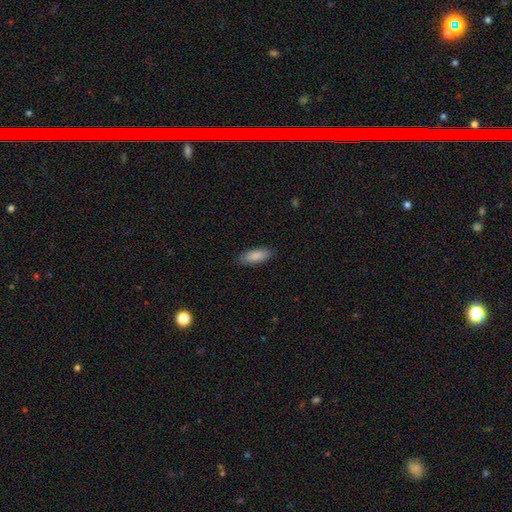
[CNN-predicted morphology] A smooth galaxy with no disk features (88%) that is in between round and cigar-shaped (77%).

Vote fractions:
- Smooth or featured? smooth: 88% / featured or disk: 6% / star or artifact: 6%
- How rounded? in between: 77% / cigar-shaped: 21% / round: 2%
- Merging? none: 87% / minor disturbance: 10% / major disturbance: 2% / merger: 1%